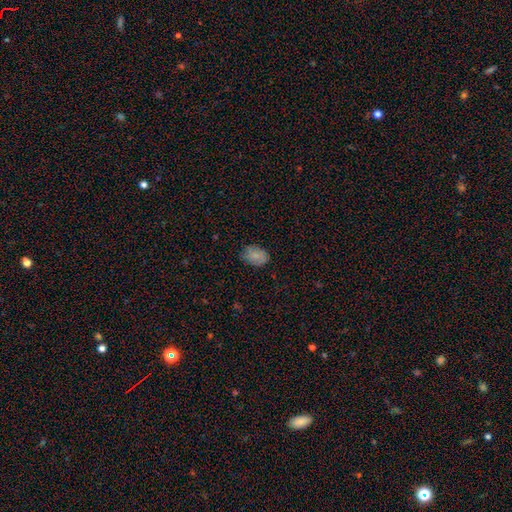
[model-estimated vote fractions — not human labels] smooth-or-featured: smooth: 83% | star or artifact: 9% | featured or disk: 8%
  how-rounded: in between: 82% | round: 17% | cigar-shaped: 1%
  merging: none: 78% | minor disturbance: 17% | major disturbance: 3% | merger: 1%